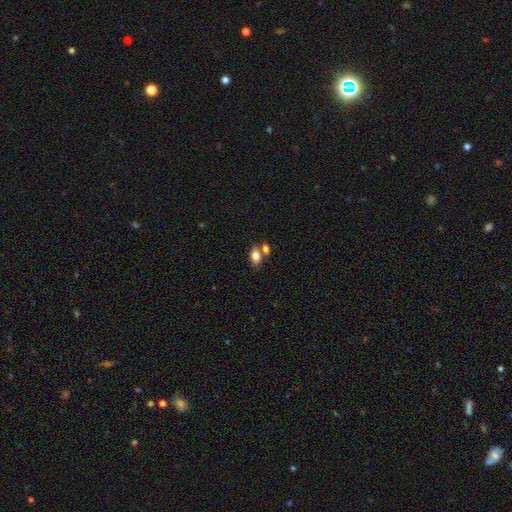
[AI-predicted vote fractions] This appears to be a smooth galaxy with no disk features (79%) that is in between round and cigar-shaped (84%). Merging: none (54%).